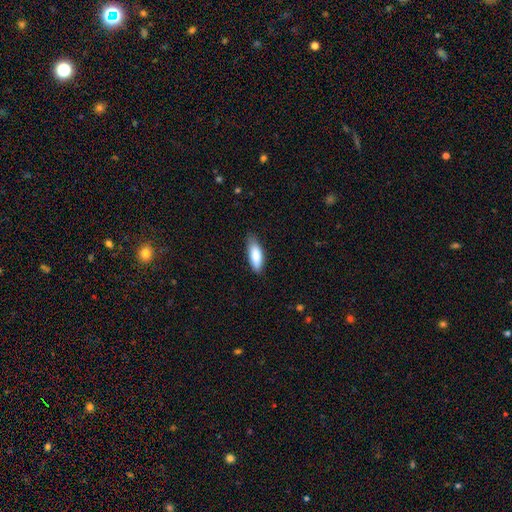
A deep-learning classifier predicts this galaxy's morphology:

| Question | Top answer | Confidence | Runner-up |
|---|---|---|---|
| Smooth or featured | smooth | 85% | featured or disk (9%) |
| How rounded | in between | 64% | cigar-shaped (34%) |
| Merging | none | 79% | minor disturbance (17%) |